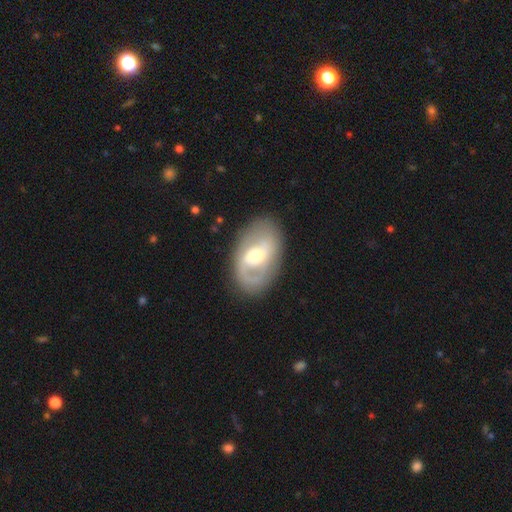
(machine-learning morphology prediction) Smooth or featured? featured or disk (72%)
Edge-on disk? no (95%)
Bar? weak (45%)
Spiral arms? yes (74%)
Spiral winding? medium (43%)
Spiral arm count? 2 (73%)
Bulge size? moderate (62%)
Merging? none (80%)